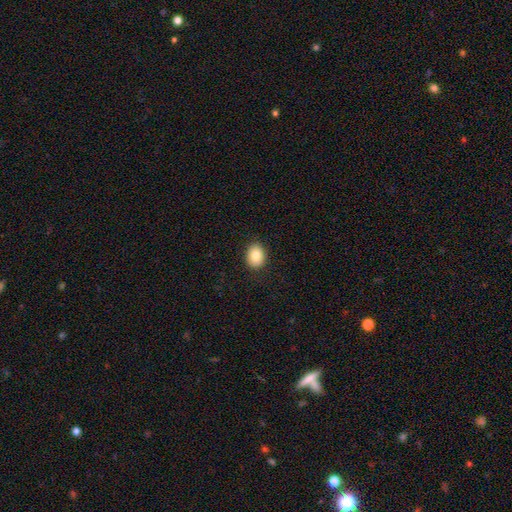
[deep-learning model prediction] The model was most divided on "how rounded": in between: 53%, round: 46%, cigar-shaped: 1%. More confident: merging — none (89%); smooth or featured — smooth (83%).